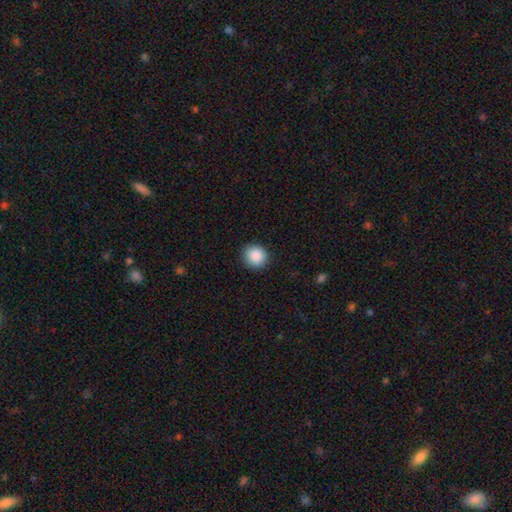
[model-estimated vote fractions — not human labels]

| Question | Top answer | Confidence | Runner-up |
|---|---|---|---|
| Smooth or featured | smooth | 88% | star or artifact (8%) |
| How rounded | round | 90% | in between (9%) |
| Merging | none | 91% | minor disturbance (6%) |